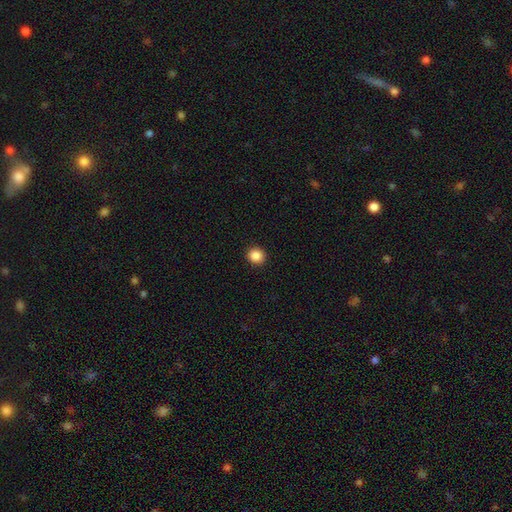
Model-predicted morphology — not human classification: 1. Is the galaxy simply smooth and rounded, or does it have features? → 87% smooth, 10% star or artifact, 3% featured or disk.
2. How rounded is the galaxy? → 88% round, 11% in between, 1% cigar-shaped.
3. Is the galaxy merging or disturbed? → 92% none, 5% minor disturbance, 2% major disturbance, 1% merger.